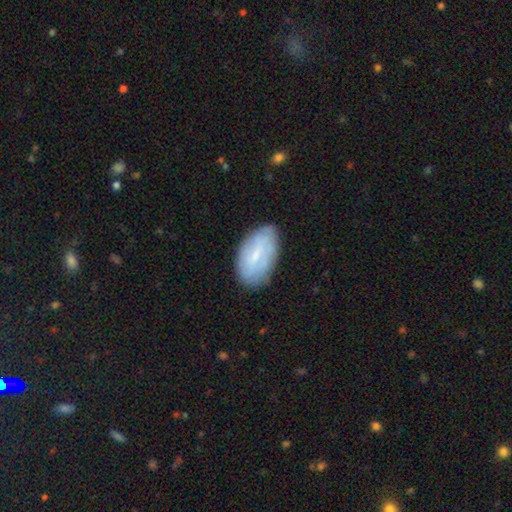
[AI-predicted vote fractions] Smooth or featured? smooth (52%)
How rounded? in between (94%)
Merging? none (76%)